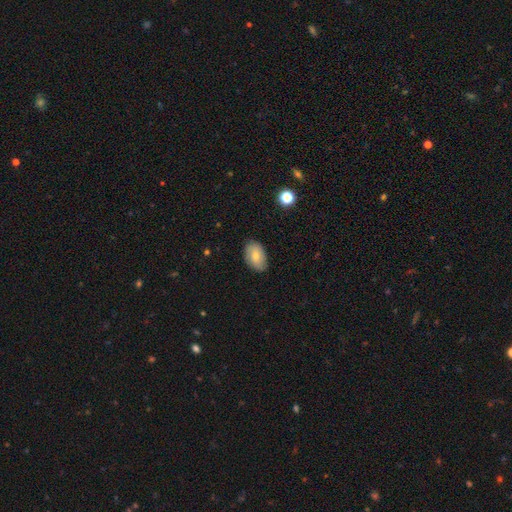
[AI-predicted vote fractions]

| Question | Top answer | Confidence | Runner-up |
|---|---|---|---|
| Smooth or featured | smooth | 70% | featured or disk (22%) |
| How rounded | in between | 89% | round (10%) |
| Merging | none | 82% | minor disturbance (14%) |